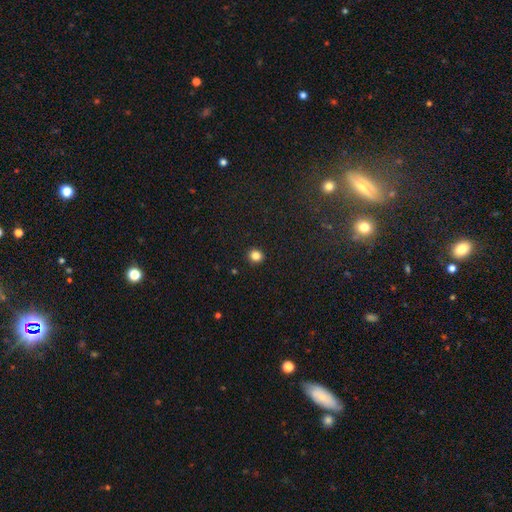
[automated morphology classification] Smooth or featured? smooth (84%)
How rounded? round (87%)
Merging? none (92%)